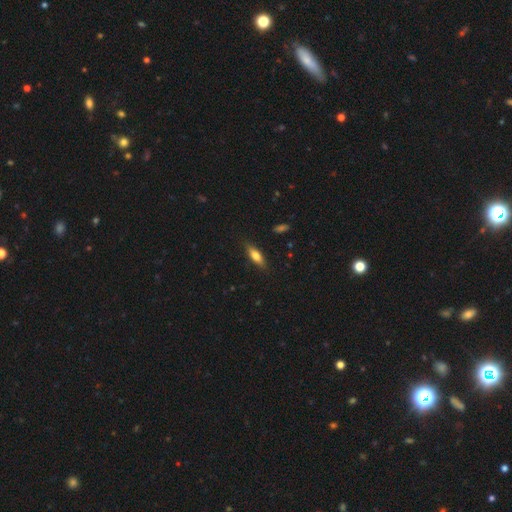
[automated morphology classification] type=smooth (63%); roundness=in between (50%); merging=none (85%).